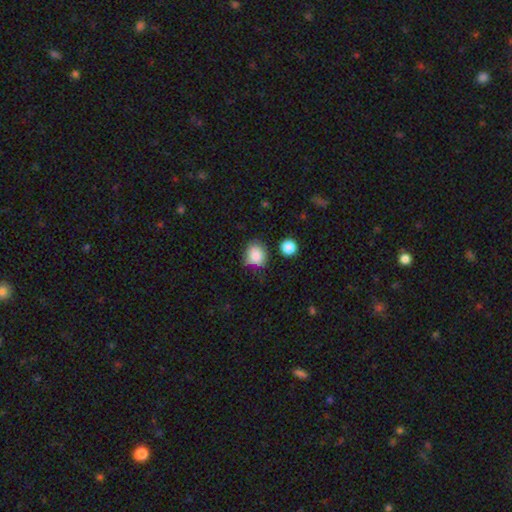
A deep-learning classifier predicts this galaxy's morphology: smooth_or_featured: smooth (p=0.84) [alt: star or artifact p=0.10]
how_rounded: round (p=0.67) [alt: in between p=0.32]
merging: none (p=0.62) [alt: minor disturbance p=0.26]